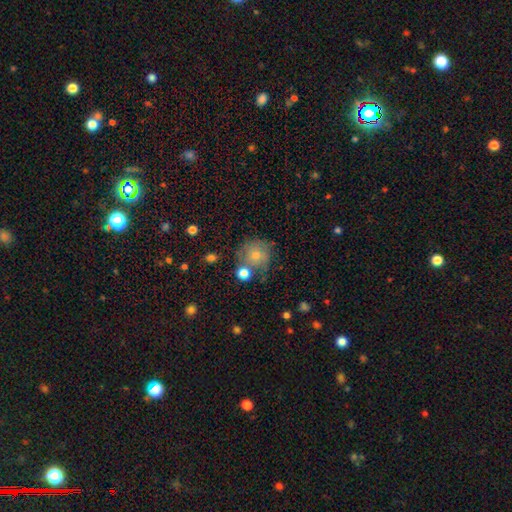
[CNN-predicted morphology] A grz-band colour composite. It shows a smooth galaxy with no disk features (59%) that is round (88%). Merging: none (65%).